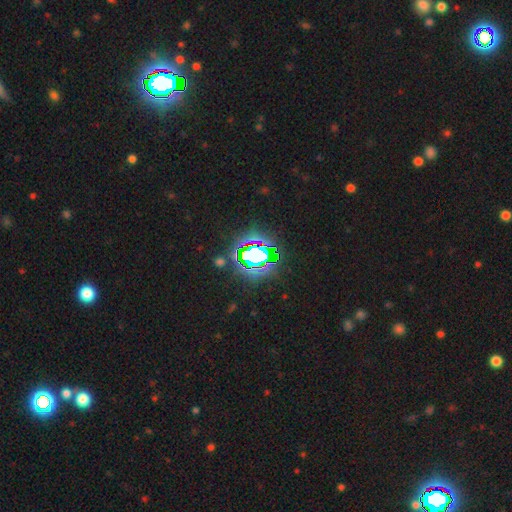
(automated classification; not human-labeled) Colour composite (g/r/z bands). It shows a star or artifact, not a galaxy (69%).